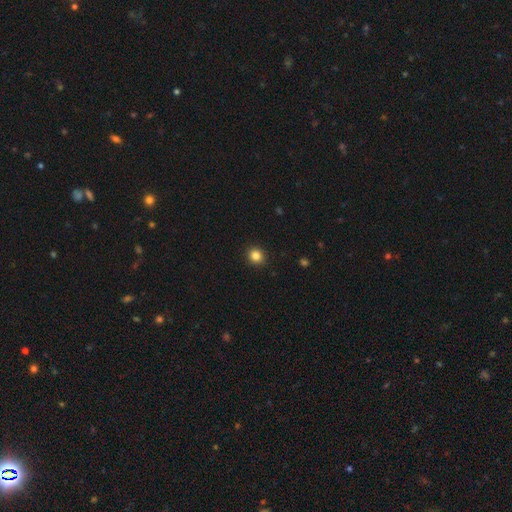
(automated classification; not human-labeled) This is clearly a smooth galaxy (85%). How rounded: clearly round (87%). Merging: clearly none (92%).